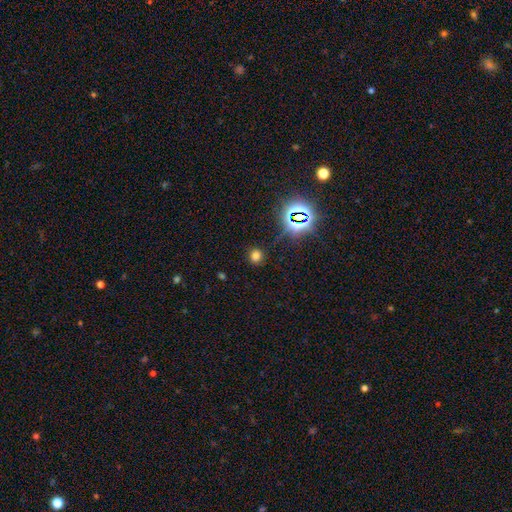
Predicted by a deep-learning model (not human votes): This is likely a smooth galaxy (66%). How rounded: clearly round (83%). Merging: clearly none (85%).